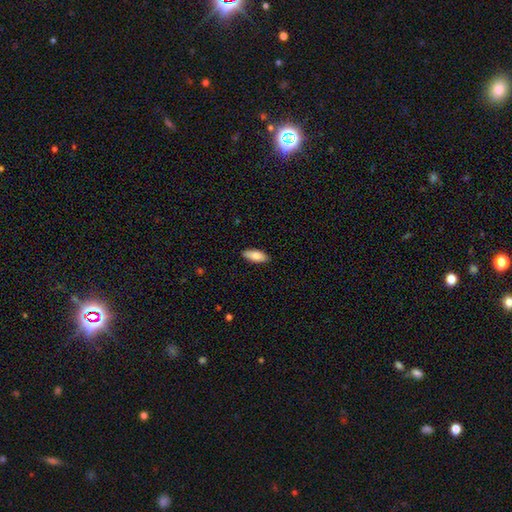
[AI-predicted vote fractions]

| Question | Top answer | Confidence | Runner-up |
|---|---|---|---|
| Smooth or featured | smooth | 85% | featured or disk (10%) |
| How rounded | in between | 74% | cigar-shaped (24%) |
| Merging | none | 88% | minor disturbance (10%) |